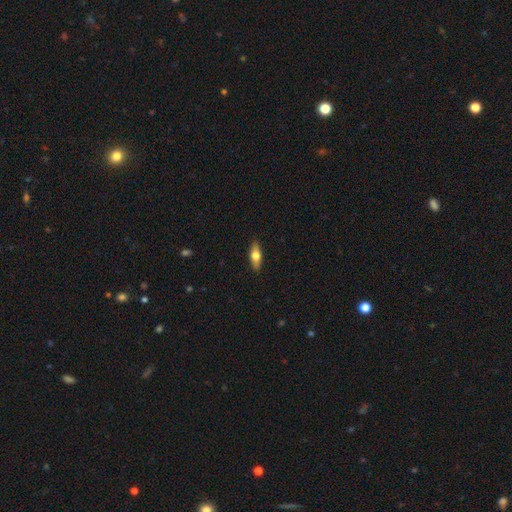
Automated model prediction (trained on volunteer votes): This appears to be a smooth galaxy with no disk features (56%) that is in between round and cigar-shaped (58%). Merging: none (89%).